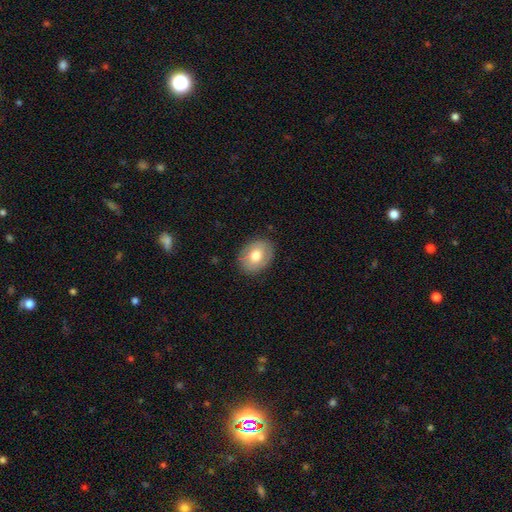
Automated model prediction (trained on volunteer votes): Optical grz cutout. It shows a smooth galaxy with no disk features (70%) that is in between round and cigar-shaped (64%). Merging: none (86%).